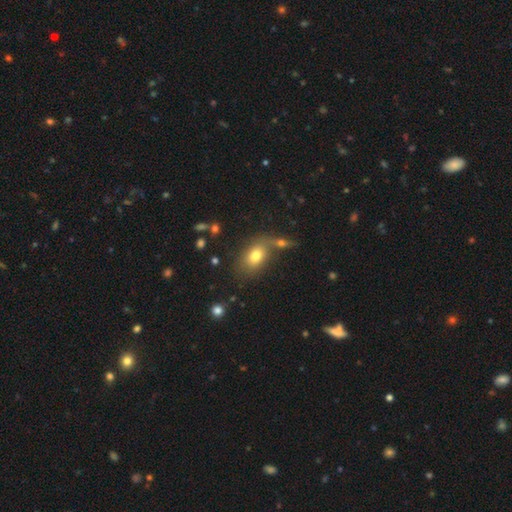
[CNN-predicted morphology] The model was most divided on "merging": none: 52%, merger: 28%, minor disturbance: 13%, major disturbance: 7%. More confident: how rounded — in between (77%); smooth or featured — smooth (75%).